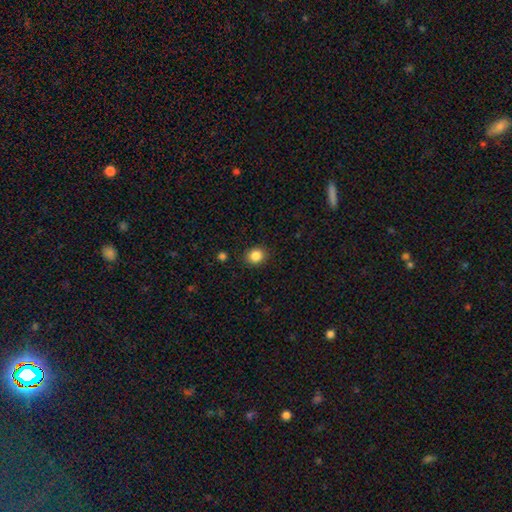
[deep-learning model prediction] A smooth galaxy with no disk features (85%) that is round (76%).

Vote fractions:
- Smooth or featured? smooth: 85% / star or artifact: 11% / featured or disk: 4%
- How rounded? round: 76% / in between: 24% / cigar-shaped: 1%
- Merging? none: 89% / minor disturbance: 7% / major disturbance: 2% / merger: 1%